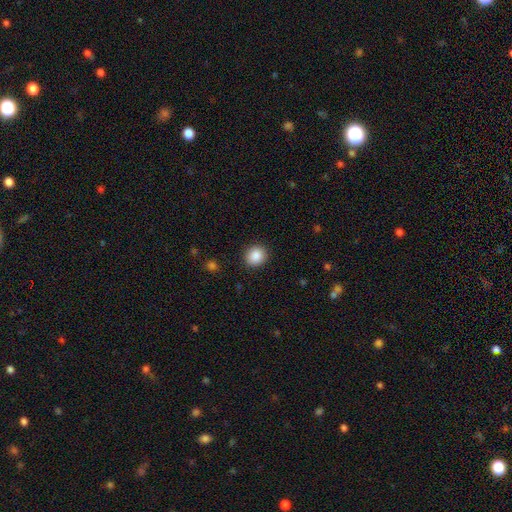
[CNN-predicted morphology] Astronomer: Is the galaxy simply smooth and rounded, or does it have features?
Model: smooth — 88%.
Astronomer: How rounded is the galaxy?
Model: round — 81%.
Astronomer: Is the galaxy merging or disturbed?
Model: none — 89%.